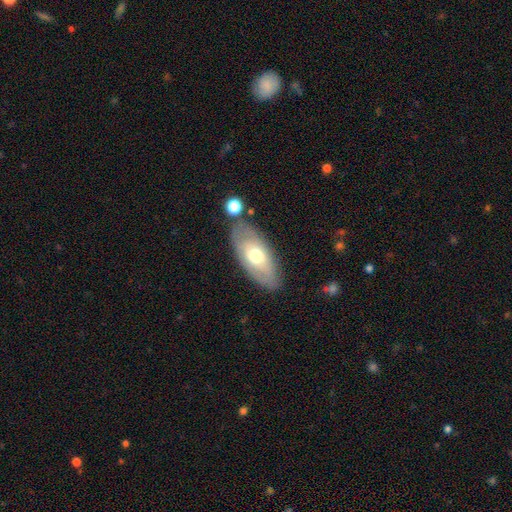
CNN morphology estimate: This appears to be a smooth galaxy with no disk features (54%) that is in between round and cigar-shaped (87%). Merging: none (75%).